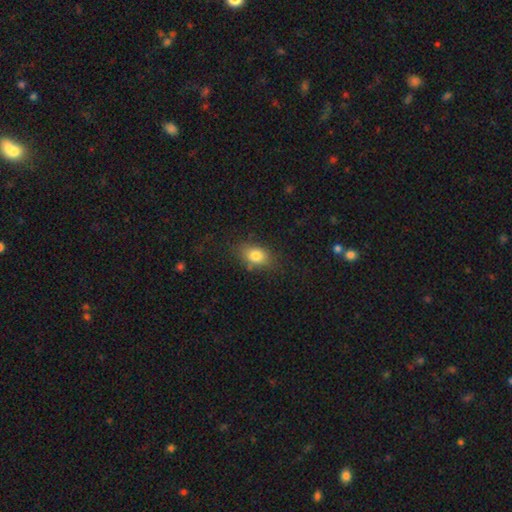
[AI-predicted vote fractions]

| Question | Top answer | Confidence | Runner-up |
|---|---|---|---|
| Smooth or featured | smooth | 80% | featured or disk (10%) |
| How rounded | in between | 77% | round (20%) |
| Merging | none | 77% | minor disturbance (16%) |